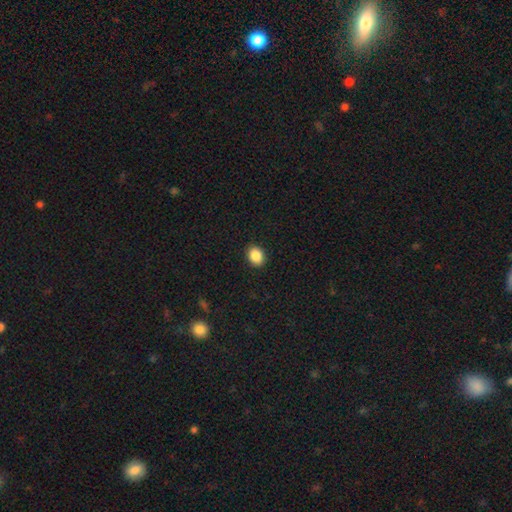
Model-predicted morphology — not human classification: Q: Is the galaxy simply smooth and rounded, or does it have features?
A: smooth — 88%.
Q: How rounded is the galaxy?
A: in between — 52%.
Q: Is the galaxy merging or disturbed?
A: none — 91%.